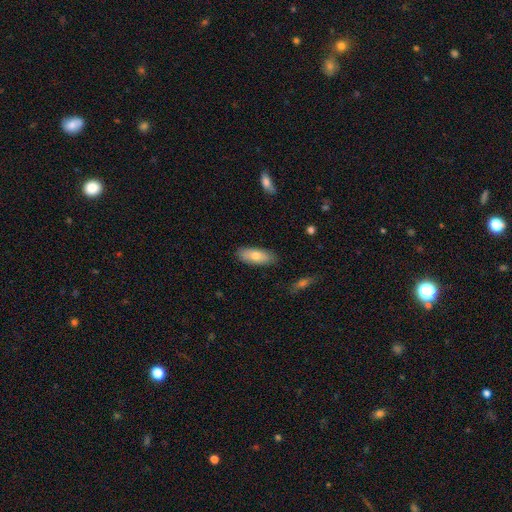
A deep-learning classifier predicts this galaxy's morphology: Smooth or featured?
  - smooth: 76% *
  - featured or disk: 18%
  - star or artifact: 6%
How rounded?
  - in between: 80% *
  - cigar-shaped: 18%
  - round: 2%
Merging?
  - none: 85% *
  - minor disturbance: 11%
  - major disturbance: 2%
  - merger: 1%